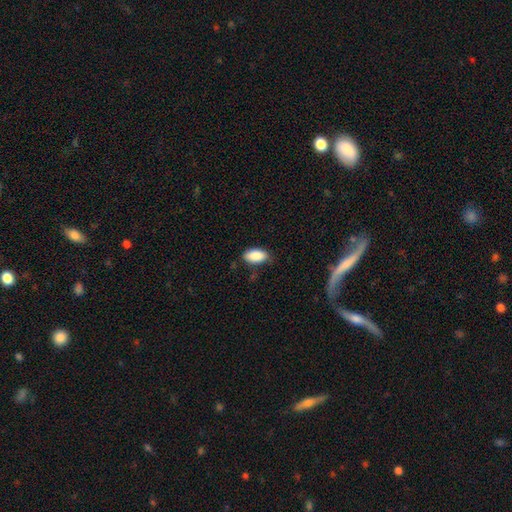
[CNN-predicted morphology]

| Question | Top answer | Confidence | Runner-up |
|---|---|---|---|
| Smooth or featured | smooth | 89% | star or artifact (7%) |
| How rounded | in between | 94% | round (4%) |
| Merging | none | 74% | minor disturbance (21%) |